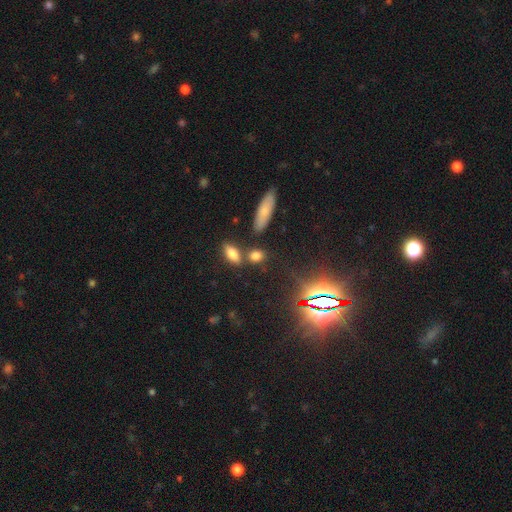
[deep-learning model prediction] Smooth or featured? smooth (76%)
How rounded? in between (62%)
Merging? none (70%)